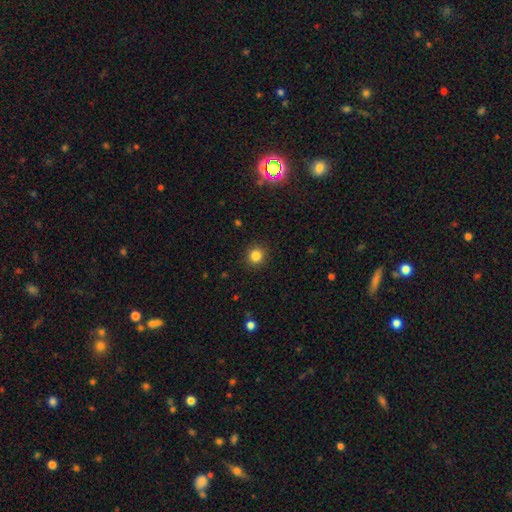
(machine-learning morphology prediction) The model was most divided on "smooth or featured": smooth: 84%, star or artifact: 12%, featured or disk: 4%. More confident: how rounded — round (92%); merging — none (91%).